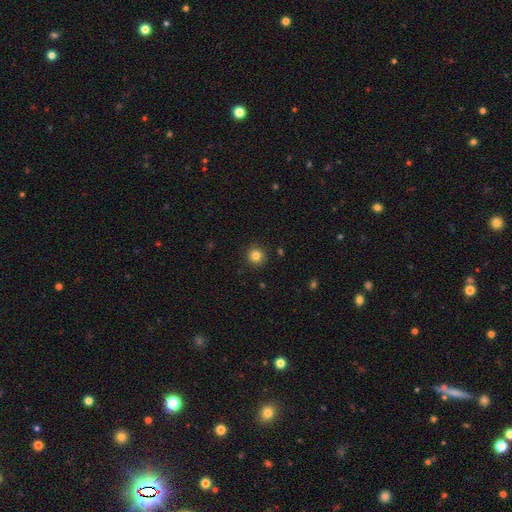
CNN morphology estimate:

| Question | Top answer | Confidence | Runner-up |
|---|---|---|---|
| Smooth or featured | smooth | 83% | star or artifact (11%) |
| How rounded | round | 95% | in between (4%) |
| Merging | none | 92% | minor disturbance (5%) |